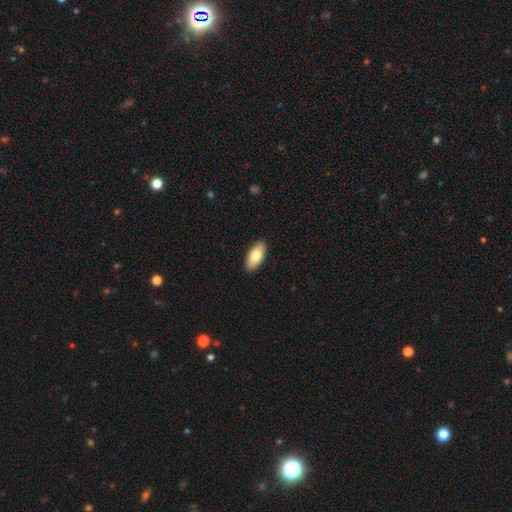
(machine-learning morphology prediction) The model was most divided on "smooth or featured": smooth: 76%, featured or disk: 18%, star or artifact: 6%. More confident: how rounded — in between (92%); merging — none (90%).